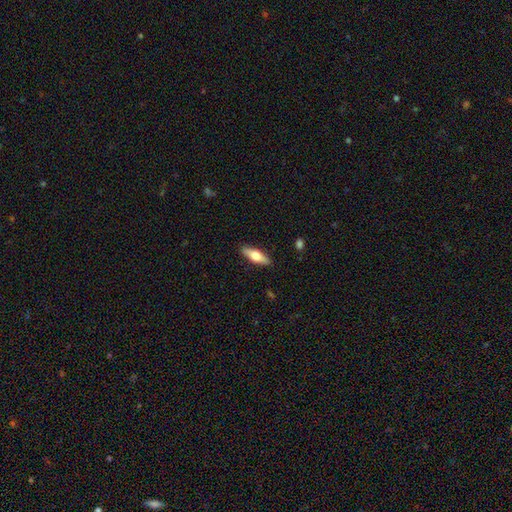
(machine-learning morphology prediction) This is possibly a smooth galaxy (57%). How rounded: possibly cigar-shaped (50%). Merging: clearly none (89%).